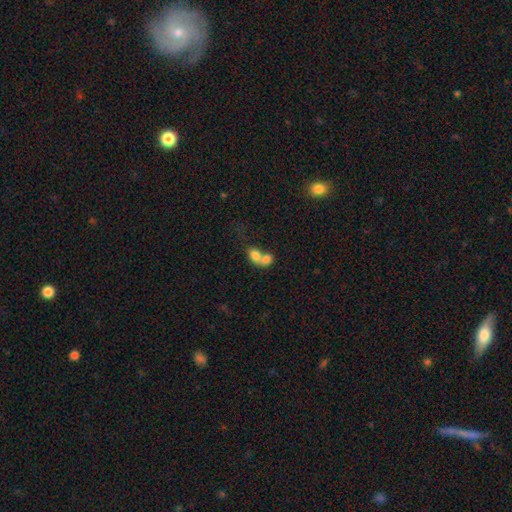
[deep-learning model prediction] Smooth or featured: smooth — 74% (featured or disk — 17%)
How rounded: in between — 53% (round — 46%)
Merging: merger — 76% (none — 15%)